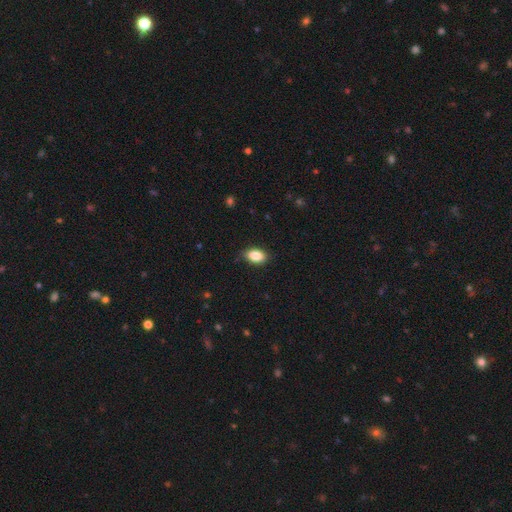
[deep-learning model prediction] smooth_or_featured: smooth (p=0.86) [alt: star or artifact p=0.08]
how_rounded: in between (p=0.89) [alt: round p=0.08]
merging: none (p=0.83) [alt: minor disturbance p=0.14]